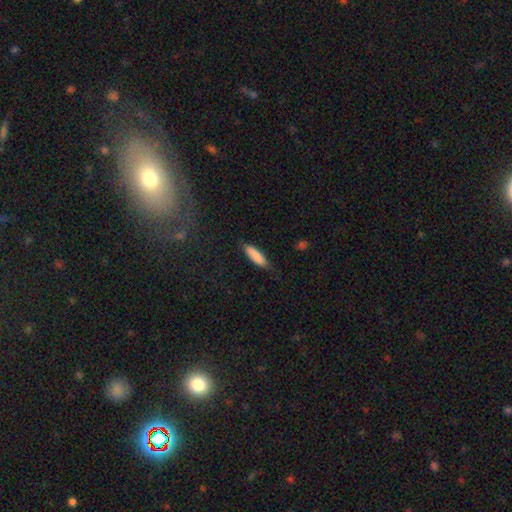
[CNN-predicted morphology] Smooth or featured: smooth — 85% (featured or disk — 8%)
How rounded: cigar-shaped — 60% (in between — 38%)
Merging: none — 78% (minor disturbance — 18%)